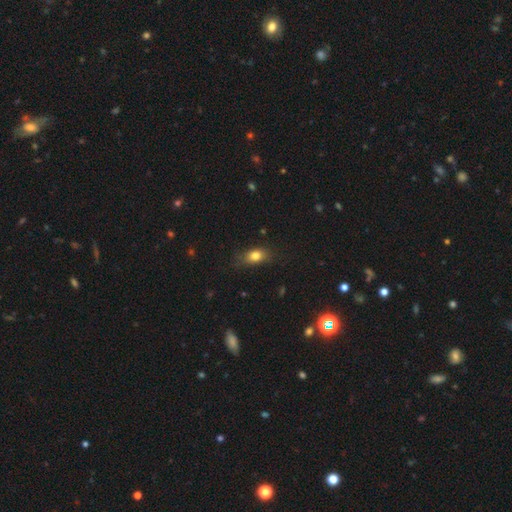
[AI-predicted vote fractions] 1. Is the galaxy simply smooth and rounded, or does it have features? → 80% smooth, 10% star or artifact, 10% featured or disk.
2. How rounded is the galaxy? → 77% in between, 18% round, 5% cigar-shaped.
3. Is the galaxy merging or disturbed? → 72% none, 21% minor disturbance, 6% major disturbance, 1% merger.